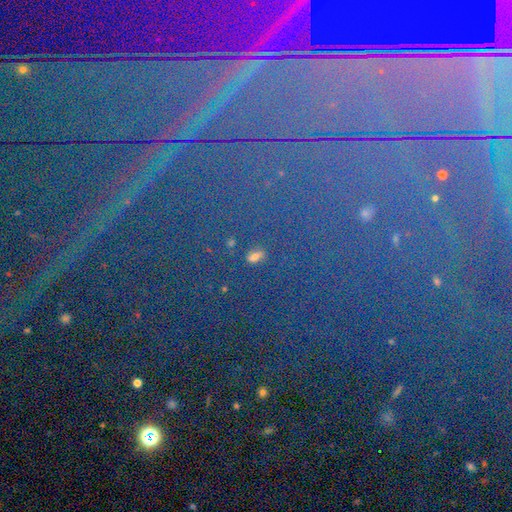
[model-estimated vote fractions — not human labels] smooth-or-featured: star or artifact: 72% | smooth: 19% | featured or disk: 9%